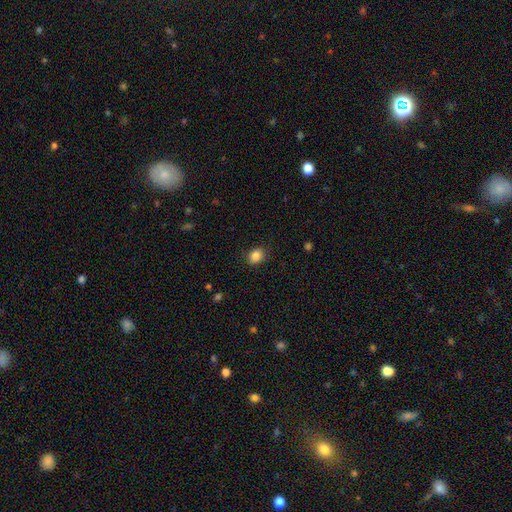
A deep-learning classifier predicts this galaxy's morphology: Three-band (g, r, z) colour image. It shows a smooth galaxy with no disk features (86%) that is in between round and cigar-shaped (55%). Merging: none (84%).